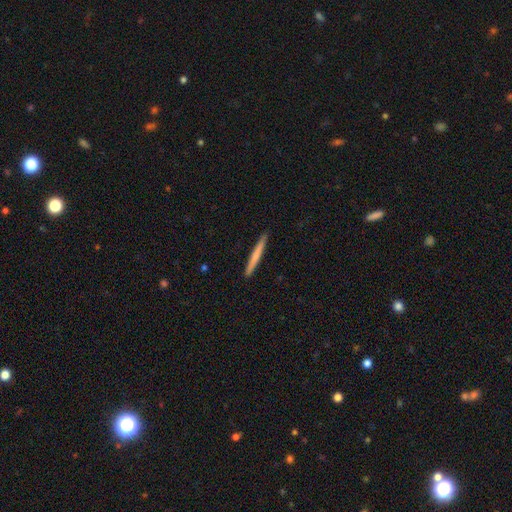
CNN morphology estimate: A smooth galaxy with no disk features (63%) that is cigar-shaped (97%). Merging: none (92%).